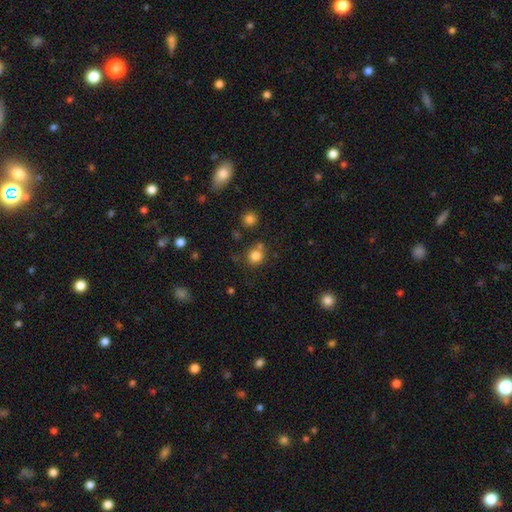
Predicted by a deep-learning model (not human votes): Smooth or featured?
  - smooth: 81% *
  - star or artifact: 13%
  - featured or disk: 6%
How rounded?
  - round: 88% *
  - in between: 11%
  - cigar-shaped: 1%
Merging?
  - none: 66% *
  - merger: 18%
  - minor disturbance: 12%
  - major disturbance: 4%